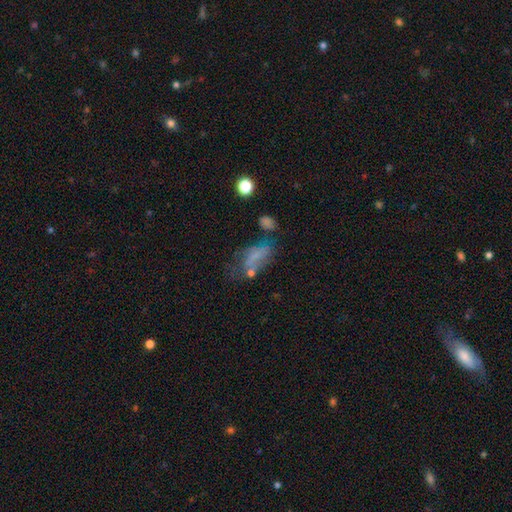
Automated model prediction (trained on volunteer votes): Smooth or featured?
  - smooth: 48% *
  - featured or disk: 33%
  - star or artifact: 19%
Merging?
  - none: 32% *
  - major disturbance: 28%
  - minor disturbance: 22%
  - merger: 18%